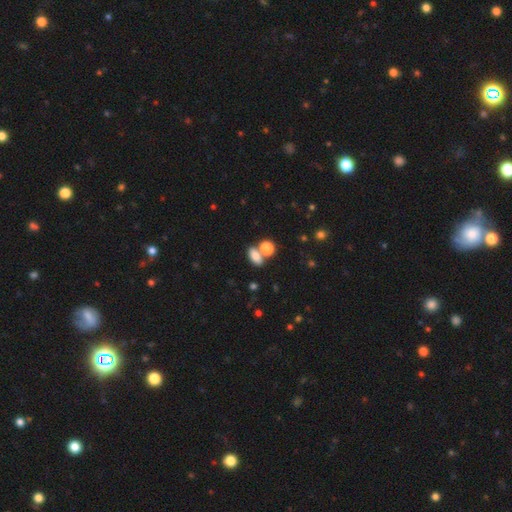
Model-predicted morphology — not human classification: A smooth galaxy with no disk features (79%) that is in between round and cigar-shaped (78%).

Vote fractions:
- Smooth or featured? smooth: 79% / star or artifact: 11% / featured or disk: 9%
- How rounded? in between: 78% / round: 17% / cigar-shaped: 5%
- Merging? none: 47% / merger: 39% / minor disturbance: 10% / major disturbance: 4%